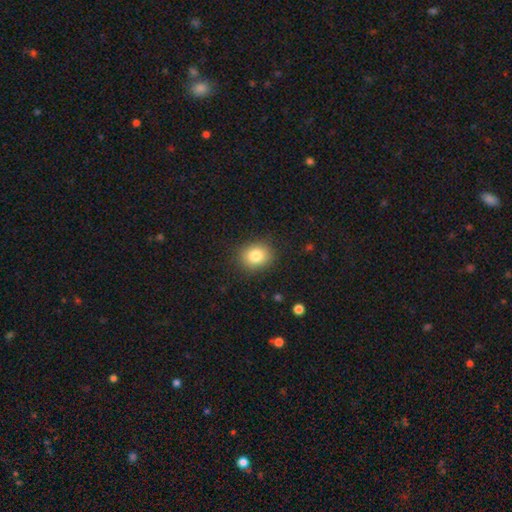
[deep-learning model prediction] The model was most divided on "how rounded": round: 61%, in between: 38%, cigar-shaped: 1%. More confident: merging — none (87%); smooth or featured — smooth (82%).